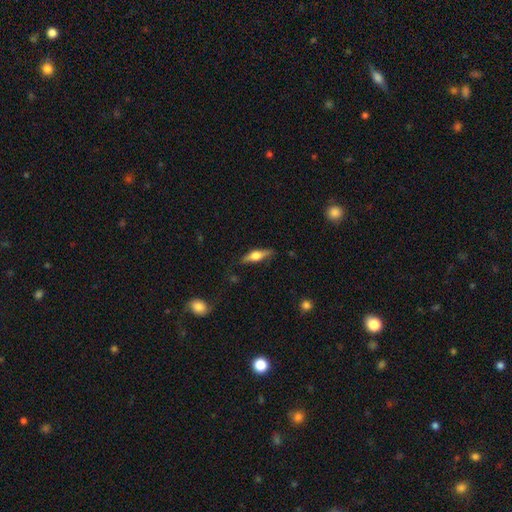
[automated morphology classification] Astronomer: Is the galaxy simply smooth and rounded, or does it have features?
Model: featured or disk — 55% (runner-up: smooth, 39%).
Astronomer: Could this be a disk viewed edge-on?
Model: yes — 94%.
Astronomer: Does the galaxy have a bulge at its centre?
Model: rounded — 91%.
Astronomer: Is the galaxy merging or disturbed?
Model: none — 82%.